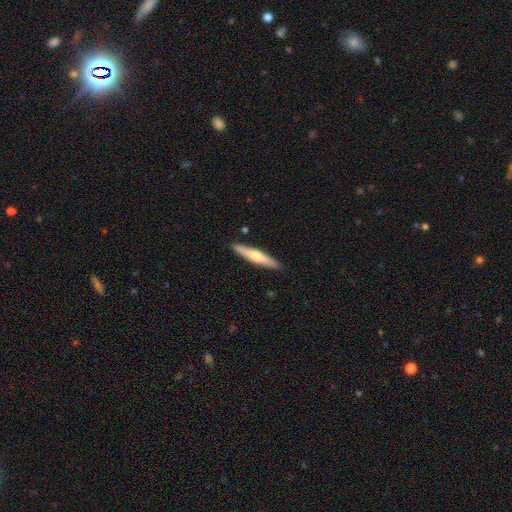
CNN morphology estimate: Overall: smooth (49%; featured or disk 45%). Merging: none (90%).